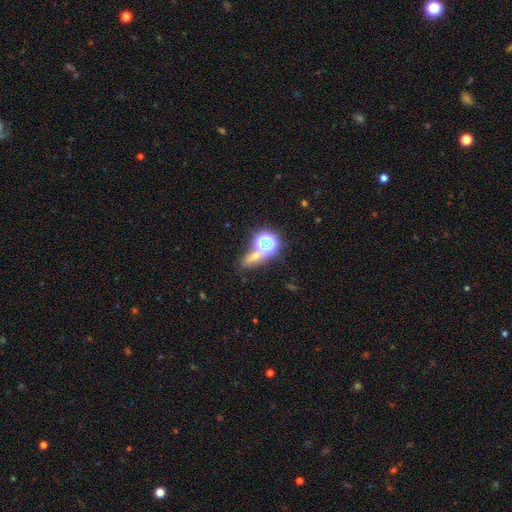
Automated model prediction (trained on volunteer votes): Smooth or featured?
  - star or artifact: 46% *
  - smooth: 41%
  - featured or disk: 13%